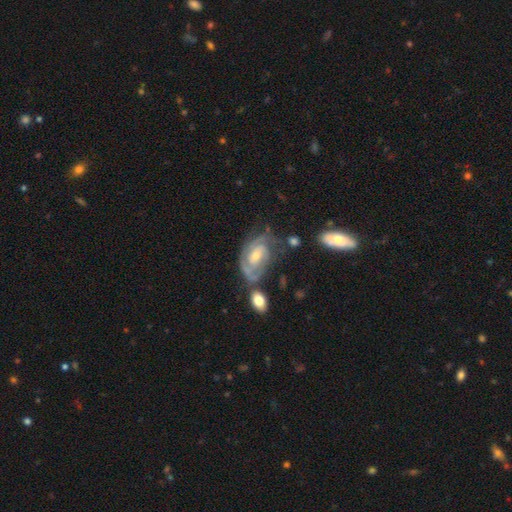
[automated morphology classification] Smooth or featured? featured or disk (80%)
Edge-on disk? no (96%)
Bar? no (54%)
Spiral arms? yes (91%)
Spiral winding? tight (59%)
Spiral arm count? 2 (43%)
Bulge size? small (47%, tied with moderate)
Merging? none (49%)